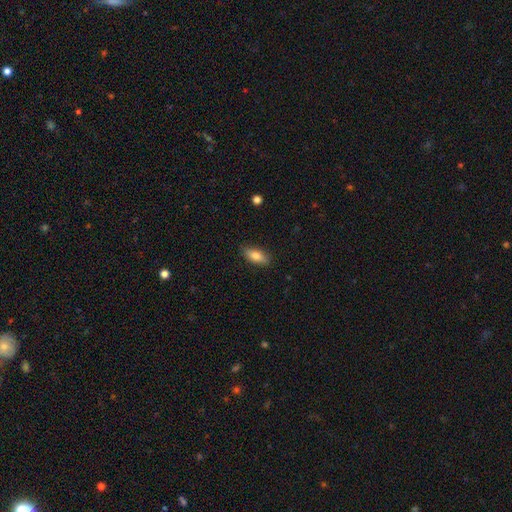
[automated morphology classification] Smooth or featured? smooth (80%)
How rounded? in between (81%)
Merging? none (86%)